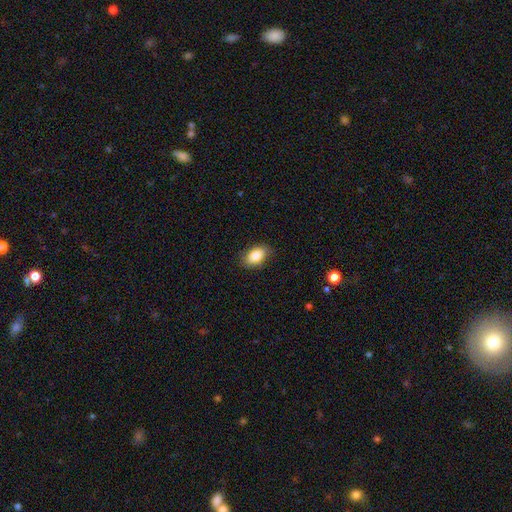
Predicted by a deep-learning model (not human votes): smooth_or_featured: smooth (p=0.85) [alt: featured or disk p=0.08]
how_rounded: in between (p=0.89) [alt: round p=0.09]
merging: none (p=0.85) [alt: minor disturbance p=0.12]